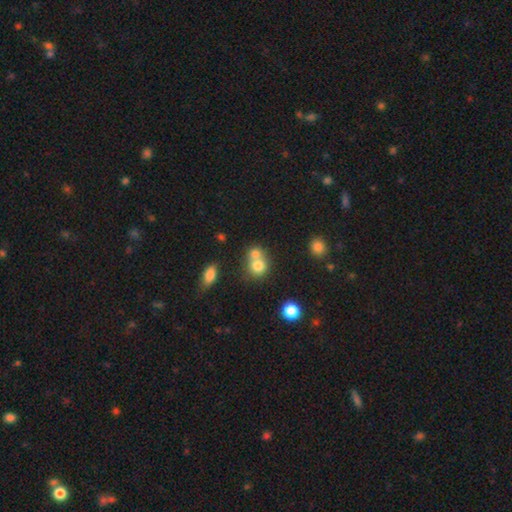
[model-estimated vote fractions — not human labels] This appears to be a smooth galaxy with no disk features (73%) that is round (77%). Merging: merger (57%).